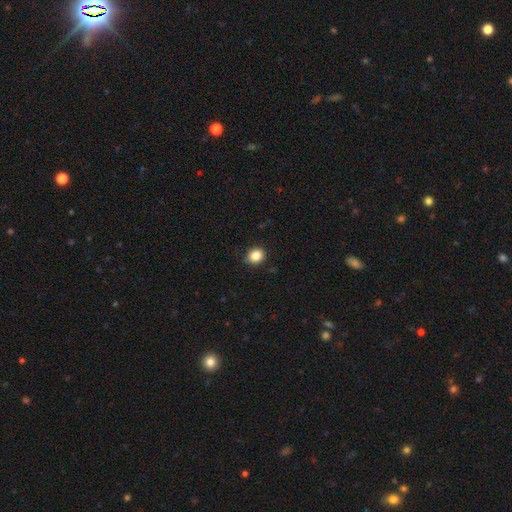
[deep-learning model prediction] Smooth or featured? smooth (85%)
How rounded? round (73%)
Merging? none (86%)